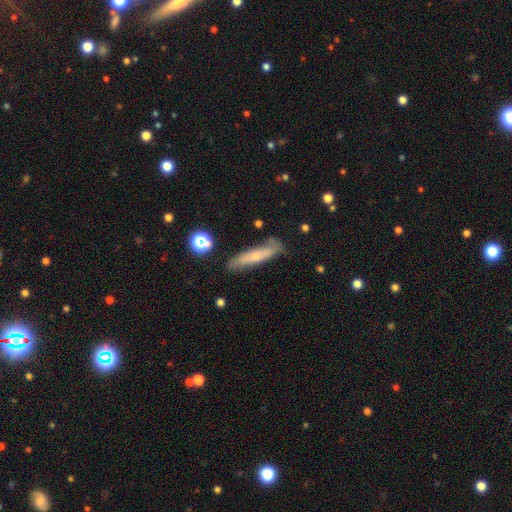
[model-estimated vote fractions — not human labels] Smooth or featured? smooth (50%)
How rounded? cigar-shaped (82%)
Merging? none (71%)